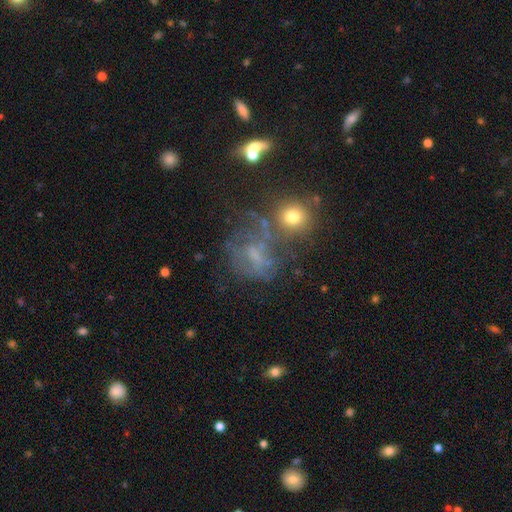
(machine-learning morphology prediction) Q: Smooth or featured?
A: featured or disk (46%); runner-up: smooth (31%)
Q: Merging?
A: none (41%); runner-up: major disturbance (26%)